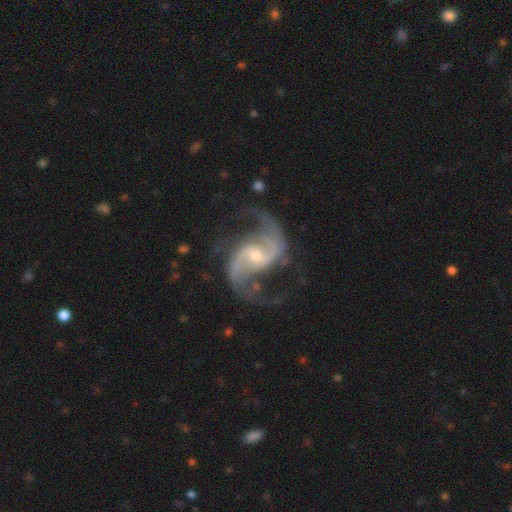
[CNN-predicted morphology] featured or disk 93%, star or artifact 4%, smooth 3%. Down the decision tree: edge-on disk — no (98%); bar — weak (44%); spiral arms — yes (98%); spiral arm count — 2 (93%); spiral winding — medium (47%); bulge size — small (56%); merging — none (74%).